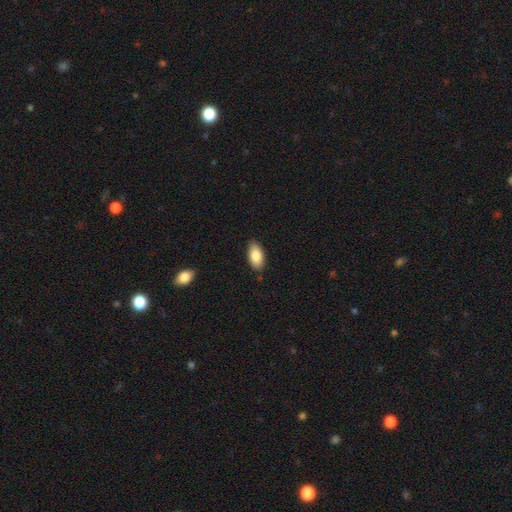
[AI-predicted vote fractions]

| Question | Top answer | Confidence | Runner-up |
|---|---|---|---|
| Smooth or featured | smooth | 86% | featured or disk (7%) |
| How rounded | in between | 93% | cigar-shaped (4%) |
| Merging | none | 83% | minor disturbance (13%) |